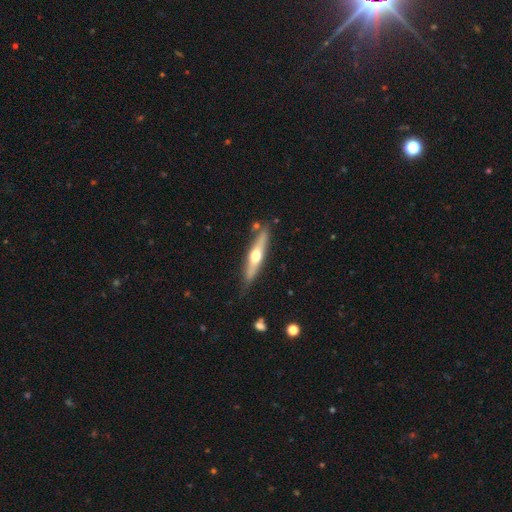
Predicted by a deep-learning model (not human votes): Smooth or featured?
  - featured or disk: 60% *
  - smooth: 35%
  - star or artifact: 5%
Edge-on disk?
  - yes: 93% *
  - no: 7%
Edge-on bulge?
  - rounded: 93% *
  - none: 4%
  - boxy: 3%
Merging?
  - none: 80% *
  - minor disturbance: 13%
  - merger: 4%
  - major disturbance: 3%